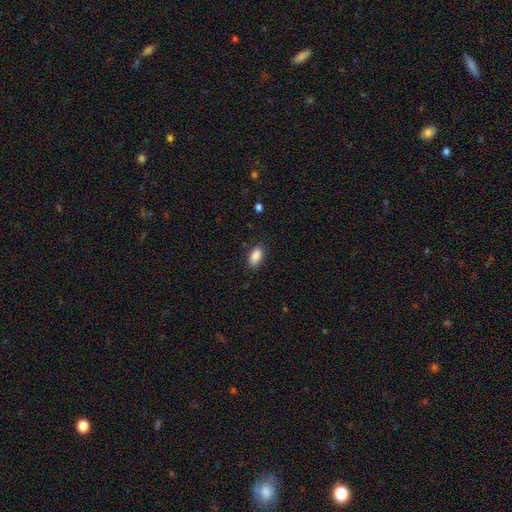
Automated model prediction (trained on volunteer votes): Q: Smooth or featured?
A: smooth (89%); runner-up: star or artifact (8%)
Q: How rounded?
A: in between (92%); runner-up: round (4%)
Q: Merging?
A: none (86%); runner-up: minor disturbance (11%)